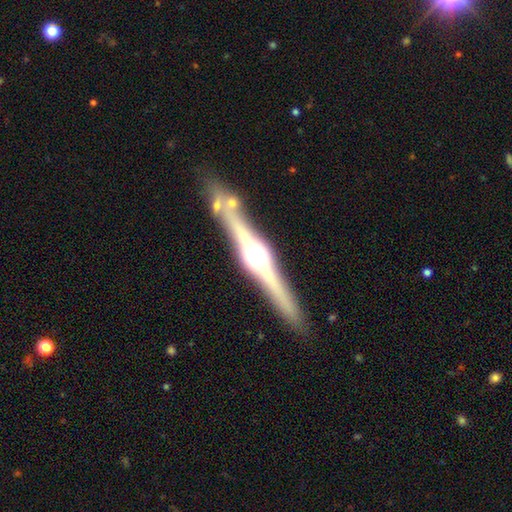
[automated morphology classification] type=featured or disk (84%); edge-on=yes (98%); edge-on bulge=rounded (85%); merging=none (84%).